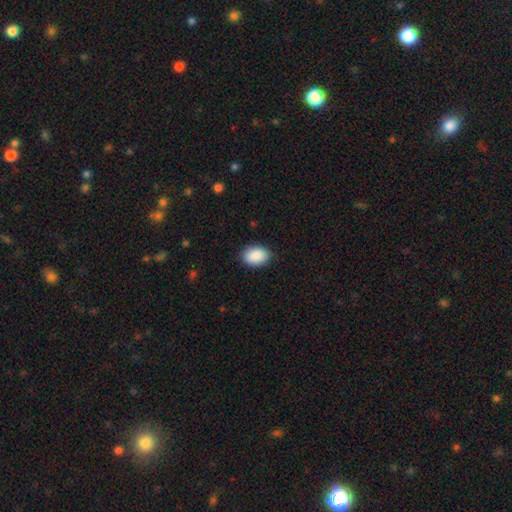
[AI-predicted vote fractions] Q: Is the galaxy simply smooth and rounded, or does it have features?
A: smooth — 90%.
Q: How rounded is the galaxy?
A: in between — 84%.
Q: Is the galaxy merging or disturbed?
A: none — 88%.